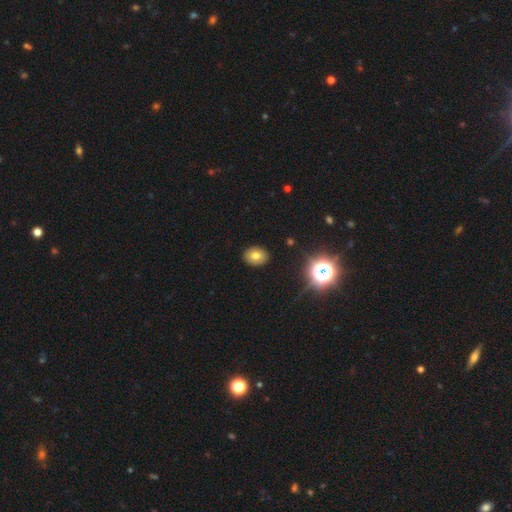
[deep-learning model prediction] Smooth or featured: smooth — 74% (star or artifact — 14%)
How rounded: in between — 61% (round — 38%)
Merging: none — 89% (minor disturbance — 7%)